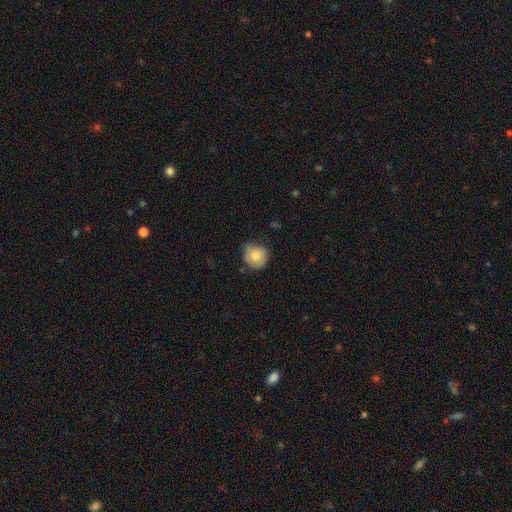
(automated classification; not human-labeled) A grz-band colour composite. It shows a smooth galaxy with no disk features (78%) that is round (87%). Merging: none (65%).